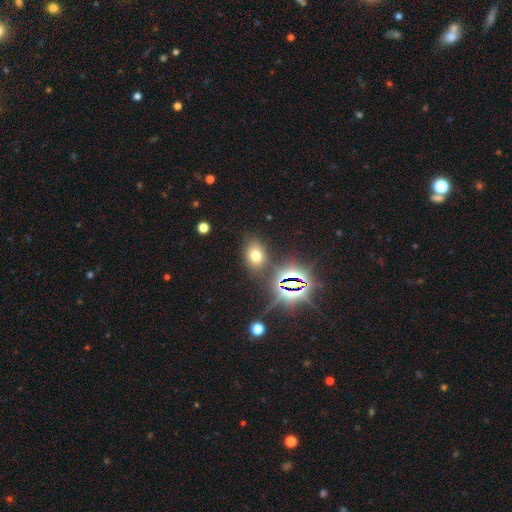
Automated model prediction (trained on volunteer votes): smooth_or_featured: smooth (p=0.62) [alt: star or artifact p=0.27]
how_rounded: in between (p=0.73) [alt: round p=0.25]
merging: none (p=0.81) [alt: minor disturbance p=0.11]